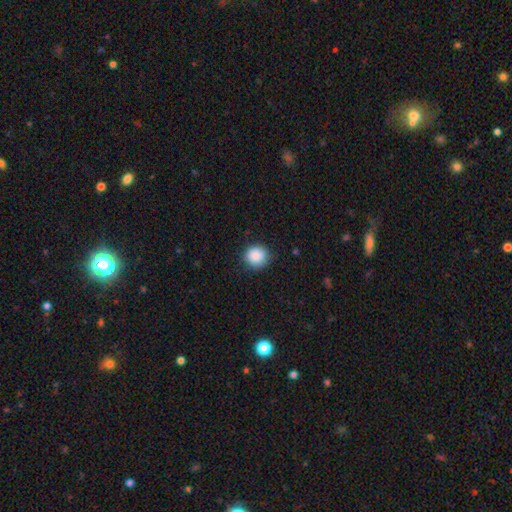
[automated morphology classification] This is clearly a smooth galaxy (89%). How rounded: clearly round (88%). Merging: clearly none (86%).